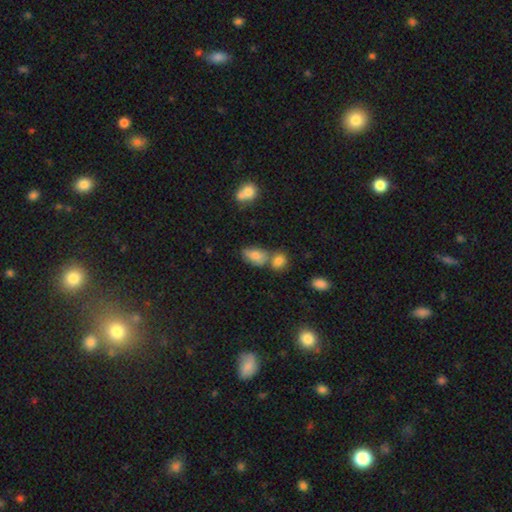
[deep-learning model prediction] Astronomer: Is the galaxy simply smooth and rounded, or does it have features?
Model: smooth — 78%.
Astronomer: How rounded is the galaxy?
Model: in between — 88%.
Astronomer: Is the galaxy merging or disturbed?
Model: none — 44% (runner-up: merger, 33%).